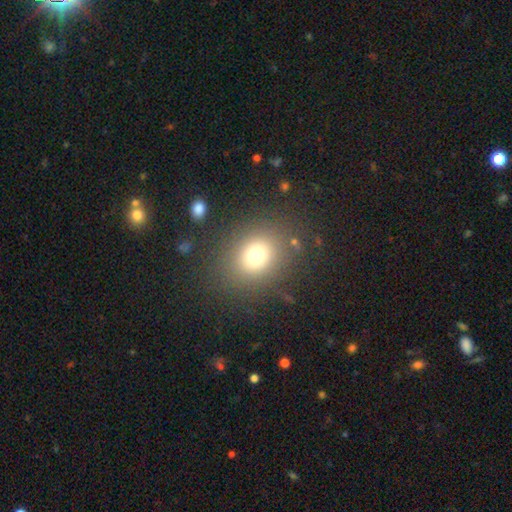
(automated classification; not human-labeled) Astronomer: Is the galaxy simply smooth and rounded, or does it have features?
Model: smooth — 73%.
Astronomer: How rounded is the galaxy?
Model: round — 61% (runner-up: in between, 38%).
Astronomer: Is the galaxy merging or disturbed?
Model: none — 82%.